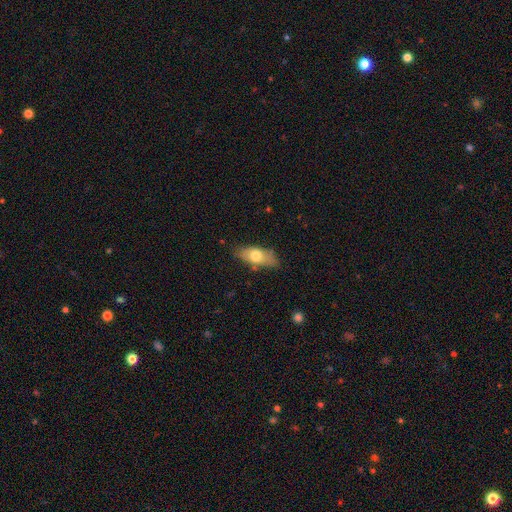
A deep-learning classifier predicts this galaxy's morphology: Q: Smooth or featured?
A: smooth (68%); runner-up: featured or disk (25%)
Q: How rounded?
A: in between (80%); runner-up: cigar-shaped (16%)
Q: Merging?
A: none (71%); runner-up: minor disturbance (22%)